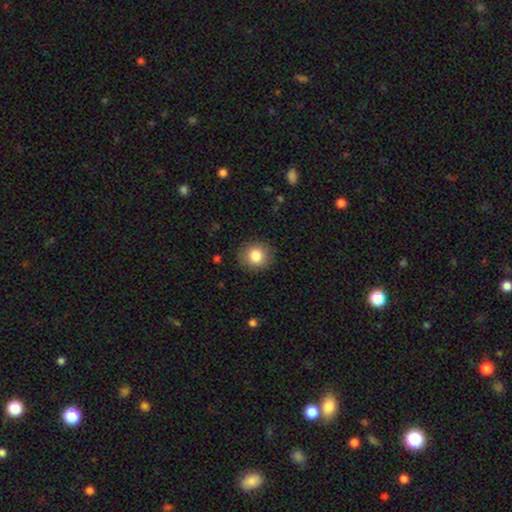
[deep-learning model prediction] Smooth or featured? Predicted: smooth (p=0.84). How rounded? Predicted: round (p=0.85). Merging? Predicted: none (p=0.89).